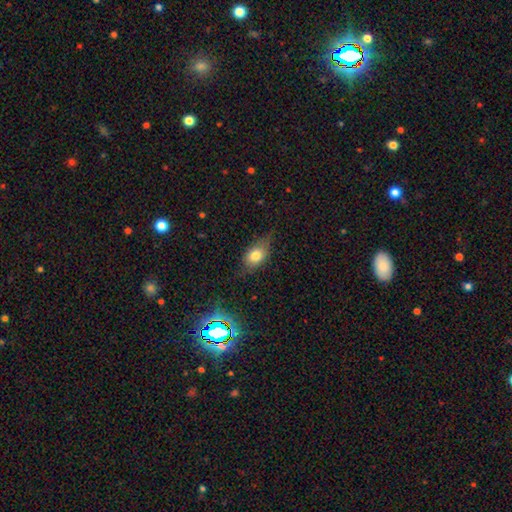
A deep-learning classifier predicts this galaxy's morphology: Smooth or featured: smooth — 73% (featured or disk — 15%)
How rounded: in between — 75% (round — 21%)
Merging: none — 64% (minor disturbance — 27%)